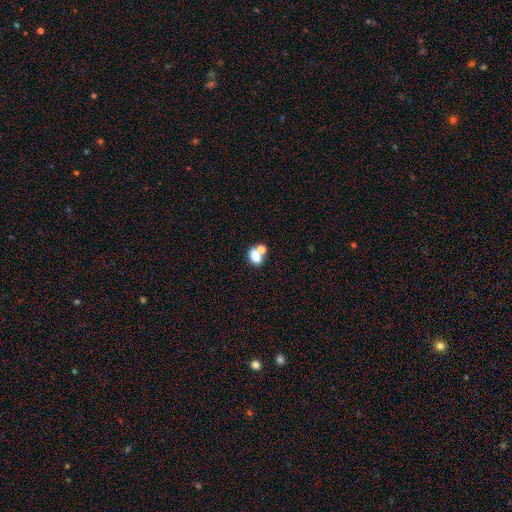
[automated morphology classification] The model was most divided on "merging": none: 43%, merger: 42%, minor disturbance: 10%, major disturbance: 5%. More confident: smooth or featured — smooth (76%); how rounded — in between (64%).